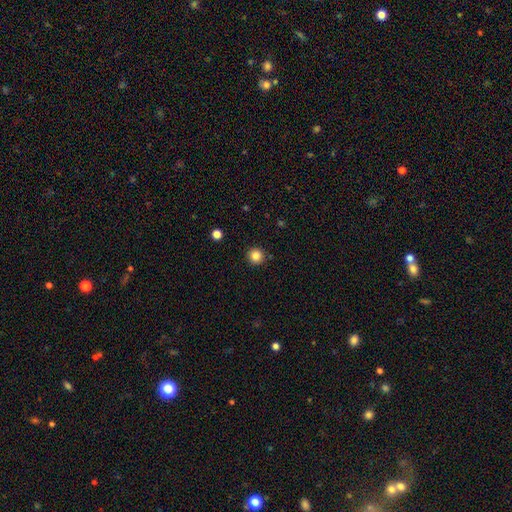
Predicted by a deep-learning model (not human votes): Smooth or featured? Predicted: smooth (p=0.84). How rounded? Predicted: round (p=0.95). Merging? Predicted: none (p=0.90).